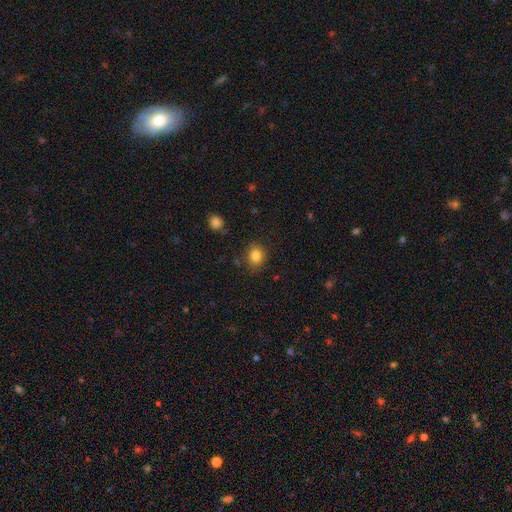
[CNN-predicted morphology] type=smooth (83%); roundness=round (61%); merging=none (81%).